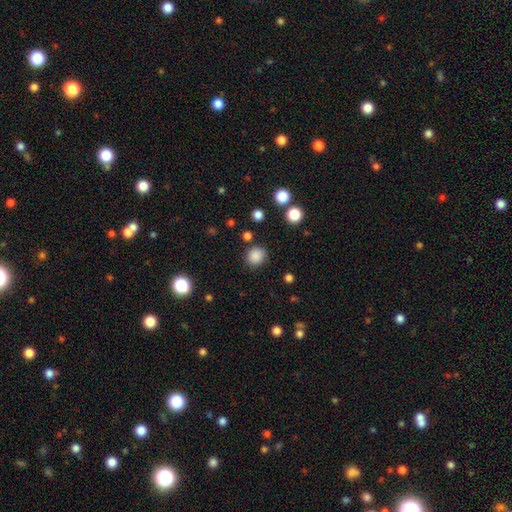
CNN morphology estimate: A smooth galaxy with no disk features (86%) that is round (85%). Merging: none (86%).